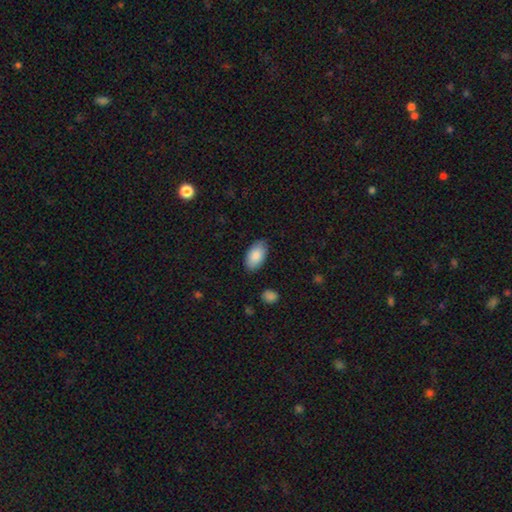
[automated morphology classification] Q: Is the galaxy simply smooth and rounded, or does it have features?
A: smooth — 88%.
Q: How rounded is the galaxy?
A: in between — 95%.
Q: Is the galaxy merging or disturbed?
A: none — 85%.